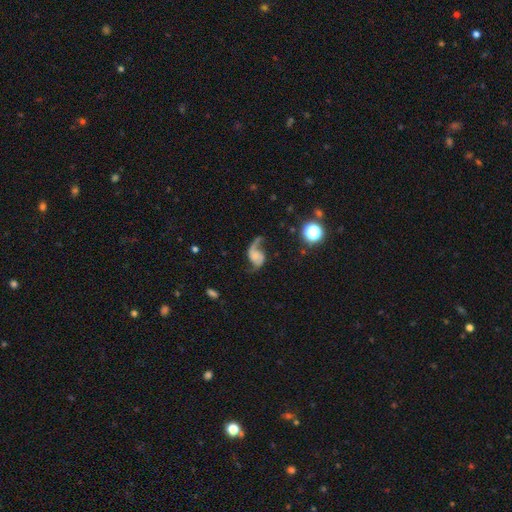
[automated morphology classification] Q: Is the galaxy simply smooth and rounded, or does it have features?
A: featured or disk — 73%.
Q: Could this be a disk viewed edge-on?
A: no — 97%.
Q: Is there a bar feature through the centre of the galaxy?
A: no — 66%.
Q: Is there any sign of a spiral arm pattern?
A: yes — 92%.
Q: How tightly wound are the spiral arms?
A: loose — 74%.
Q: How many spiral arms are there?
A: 2 — 74%.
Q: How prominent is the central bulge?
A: none — 45%.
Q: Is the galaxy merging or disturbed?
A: none — 41%.